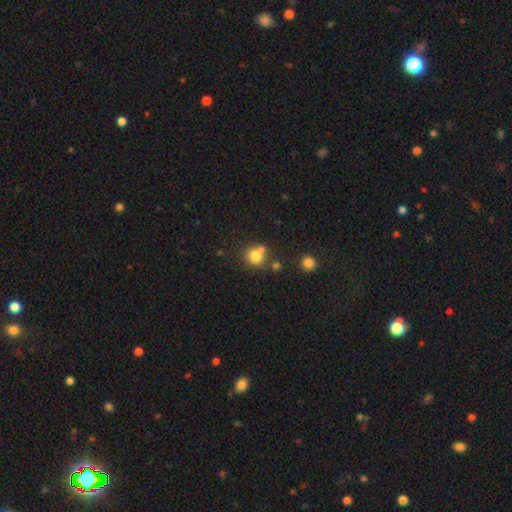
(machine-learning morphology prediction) smooth 78%, star or artifact 12%, featured or disk 10%. Down the decision tree: how rounded — round (87%); merging — none (58%).